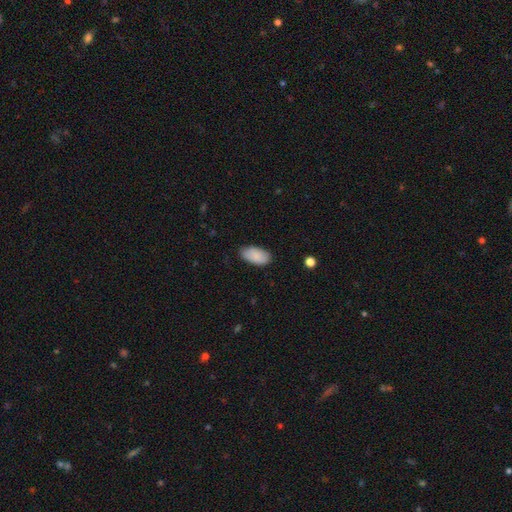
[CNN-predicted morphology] The model was most divided on "merging": none: 82%, minor disturbance: 15%, major disturbance: 3%, merger: 1%. More confident: how rounded — in between (95%); smooth or featured — smooth (88%).